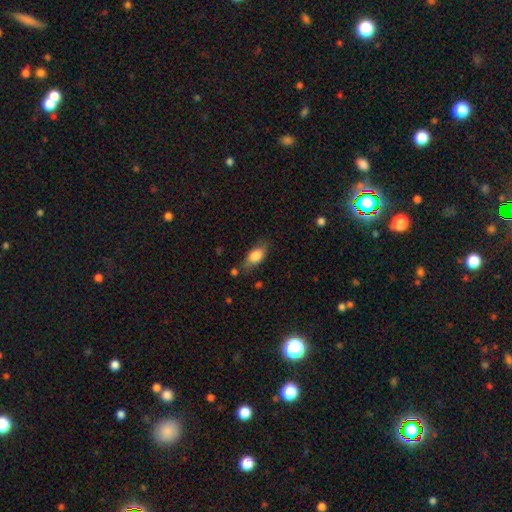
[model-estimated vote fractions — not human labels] Smooth or featured?
  - smooth: 81% *
  - featured or disk: 12%
  - star or artifact: 7%
How rounded?
  - in between: 85% *
  - cigar-shaped: 8%
  - round: 7%
Merging?
  - none: 69% *
  - minor disturbance: 21%
  - major disturbance: 6%
  - merger: 4%